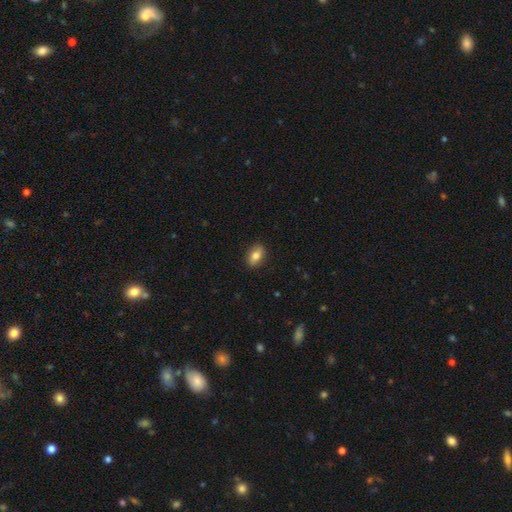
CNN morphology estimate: Smooth or featured: smooth — 81% (featured or disk — 11%)
How rounded: in between — 87% (round — 10%)
Merging: none — 88% (minor disturbance — 9%)